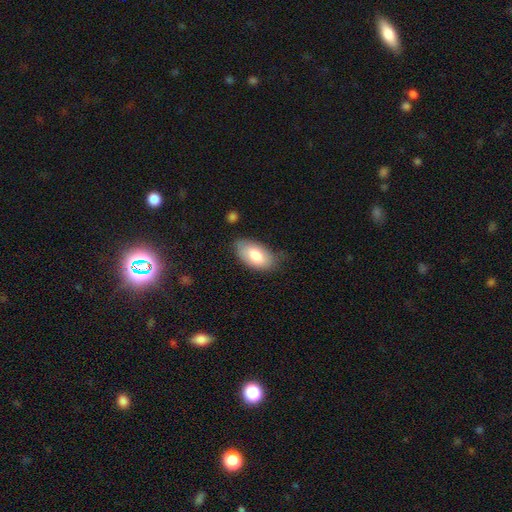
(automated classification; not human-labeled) Smooth or featured?
  - smooth: 78% *
  - featured or disk: 16%
  - star or artifact: 6%
How rounded?
  - in between: 94% *
  - cigar-shaped: 3%
  - round: 3%
Merging?
  - none: 66% *
  - minor disturbance: 26%
  - major disturbance: 6%
  - merger: 2%